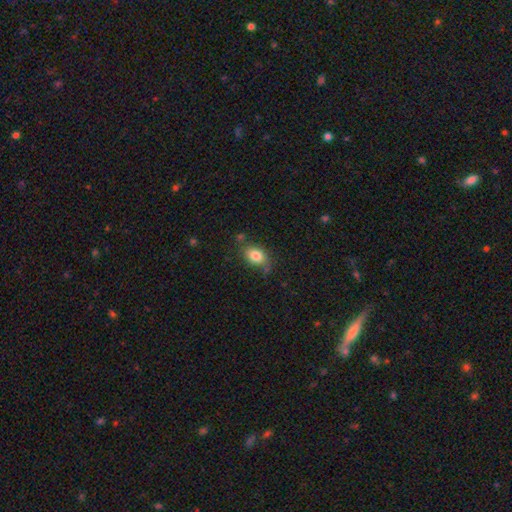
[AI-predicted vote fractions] Smooth or featured? Predicted: smooth (p=0.82). How rounded? Predicted: in between (p=0.76). Merging? Predicted: none (p=0.67).